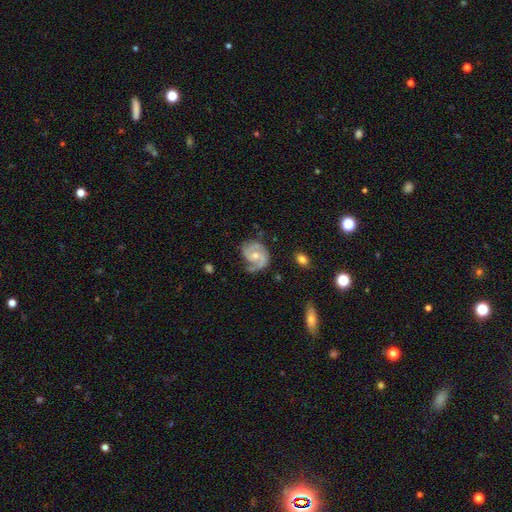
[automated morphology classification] Smooth or featured? featured or disk (86%)
Edge-on disk? no (98%)
Bar? no (62%)
Spiral arms? yes (97%)
Spiral winding? medium (47%)
Spiral arm count? 2 (69%)
Bulge size? moderate (53%)
Merging? none (62%)